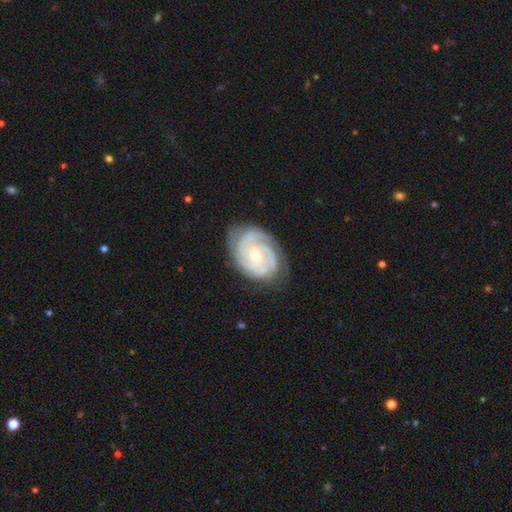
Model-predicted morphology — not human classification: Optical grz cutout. It shows a featured or disk galaxy (88%) with no bar (62%), 3 (39%) tight (71%) spiral arms (98%) and a small central bulge (56%). Merging: none (75%).